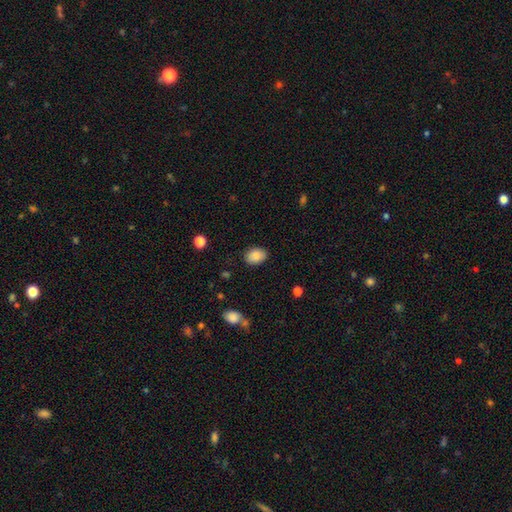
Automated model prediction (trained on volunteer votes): smooth-or-featured: smooth: 86% | star or artifact: 7% | featured or disk: 7%
  how-rounded: in between: 76% | round: 22% | cigar-shaped: 1%
  merging: none: 86% | minor disturbance: 10% | major disturbance: 3% | merger: 1%